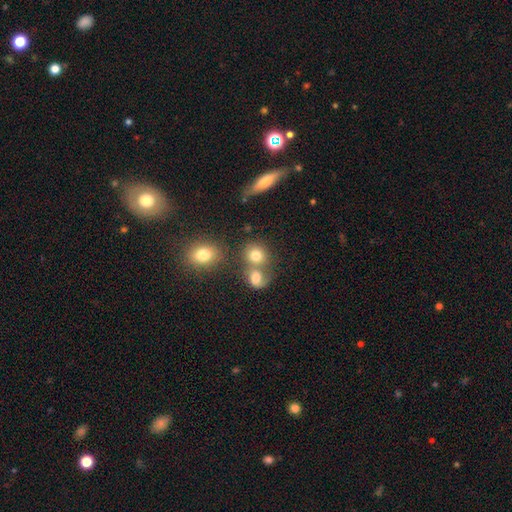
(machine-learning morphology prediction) type=smooth (75%); roundness=round (78%); merging=none (46%).